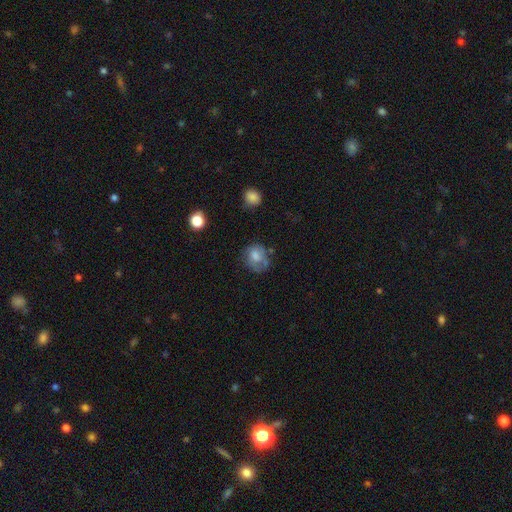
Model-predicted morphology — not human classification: This appears to be a smooth galaxy with no disk features (59%) that is round (67%). Merging: none (55%).